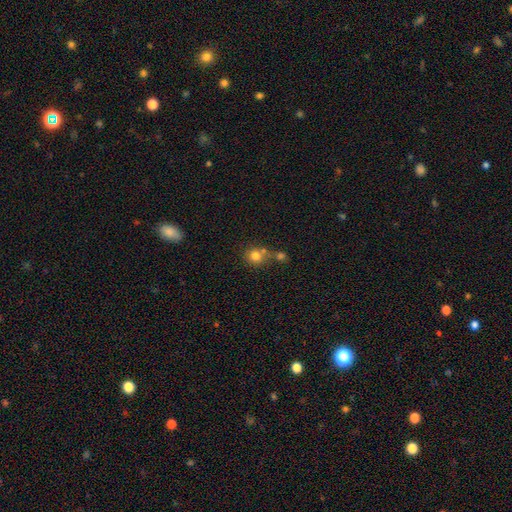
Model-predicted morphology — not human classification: Overall: smooth (79%). How rounded: round (86%). Merging: none (51%; merger 35%).